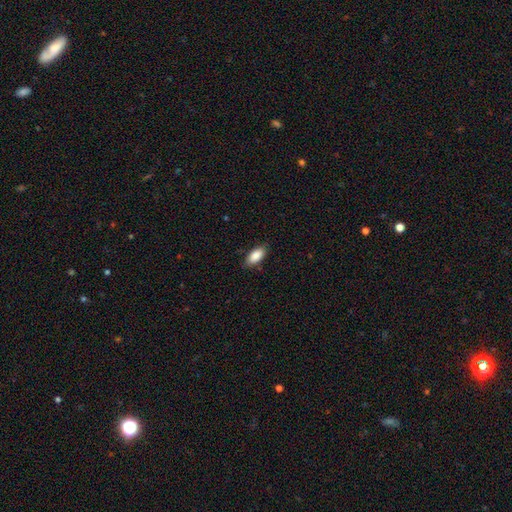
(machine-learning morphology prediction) smooth-or-featured: smooth: 88% | star or artifact: 6% | featured or disk: 6%
  how-rounded: in between: 89% | cigar-shaped: 8% | round: 2%
  merging: none: 83% | minor disturbance: 13% | major disturbance: 2% | merger: 1%